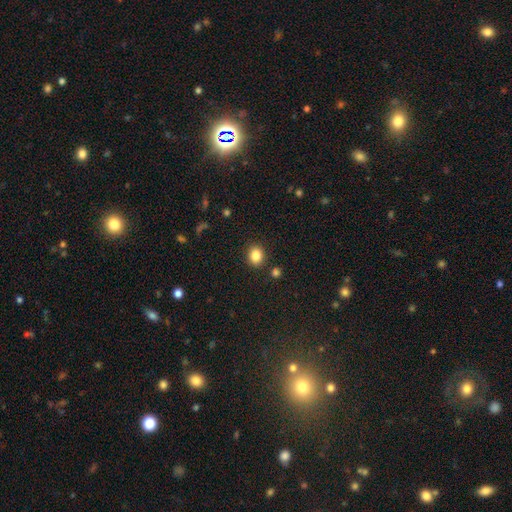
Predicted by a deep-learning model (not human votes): The model was most divided on "how rounded": round: 62%, in between: 37%, cigar-shaped: 1%. More confident: merging — none (86%); smooth or featured — smooth (86%).